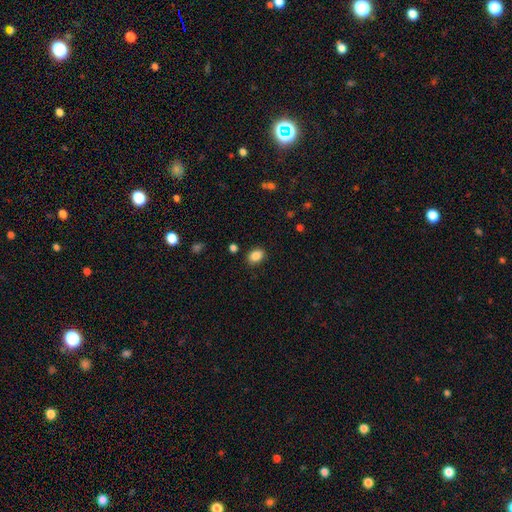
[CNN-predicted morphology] A smooth galaxy with no disk features (86%) that is in between round and cigar-shaped (74%).

Vote fractions:
- Smooth or featured? smooth: 86% / star or artifact: 9% / featured or disk: 5%
- How rounded? in between: 74% / round: 25% / cigar-shaped: 1%
- Merging? none: 85% / minor disturbance: 10% / major disturbance: 3% / merger: 2%